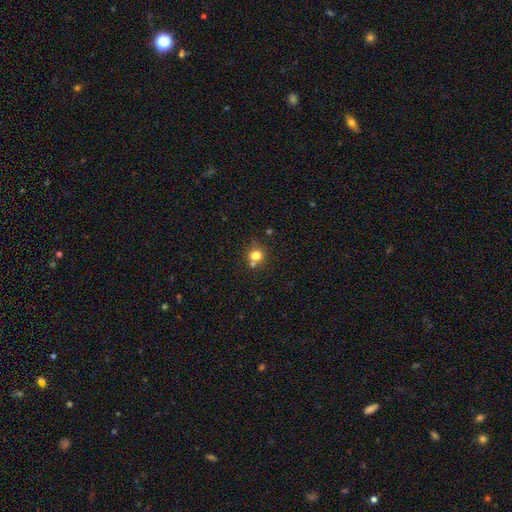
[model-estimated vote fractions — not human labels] Q: Smooth or featured?
A: smooth (77%); runner-up: star or artifact (13%)
Q: How rounded?
A: round (88%); runner-up: in between (11%)
Q: Merging?
A: none (61%); runner-up: merger (25%)